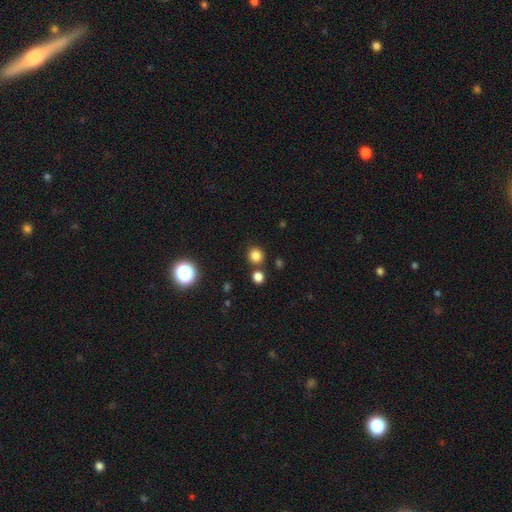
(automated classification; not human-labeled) smooth 81%, star or artifact 14%, featured or disk 4%. Down the decision tree: how rounded — round (90%); merging — none (79%).